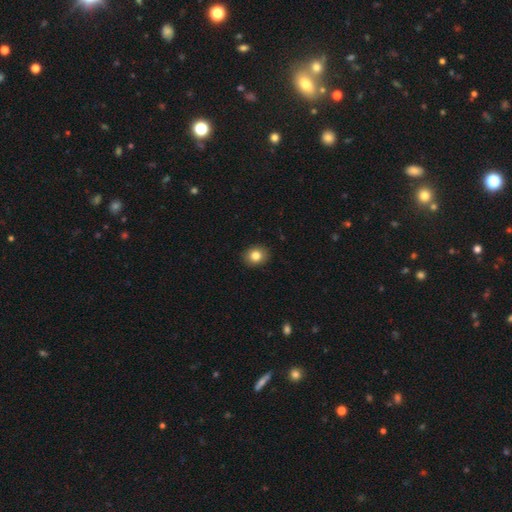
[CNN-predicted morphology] Smooth or featured? Predicted: smooth (p=0.83). How rounded? Predicted: round (p=0.66). Merging? Predicted: none (p=0.91).